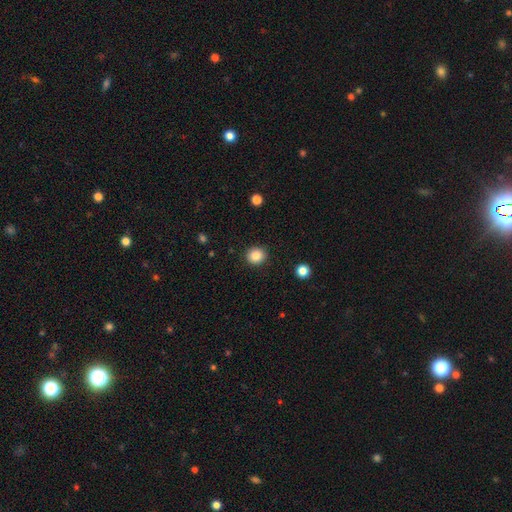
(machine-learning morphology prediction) Overall: smooth (86%). How rounded: round (85%). Merging: none (91%).